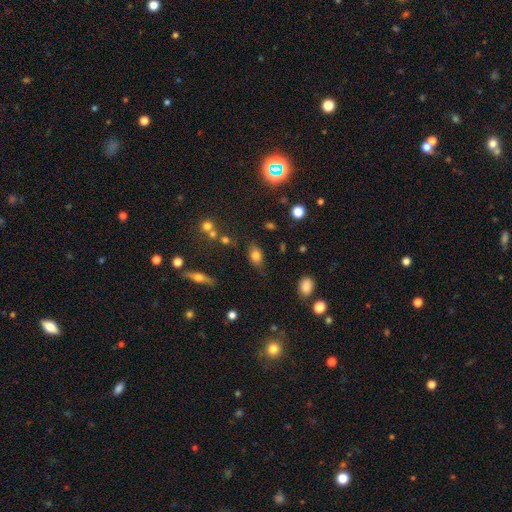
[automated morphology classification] Smooth or featured?
  - smooth: 77% *
  - featured or disk: 13%
  - star or artifact: 10%
How rounded?
  - in between: 86% *
  - round: 10%
  - cigar-shaped: 3%
Merging?
  - none: 72% *
  - minor disturbance: 20%
  - major disturbance: 5%
  - merger: 3%